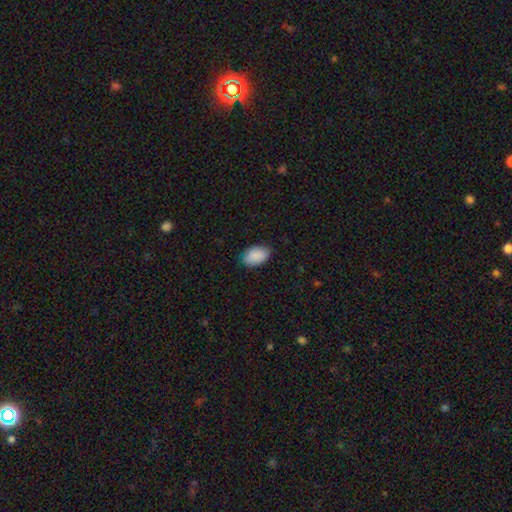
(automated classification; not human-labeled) smooth_or_featured: smooth (p=0.90) [alt: star or artifact p=0.06]
how_rounded: in between (p=0.90) [alt: round p=0.09]
merging: none (p=0.84) [alt: minor disturbance p=0.12]